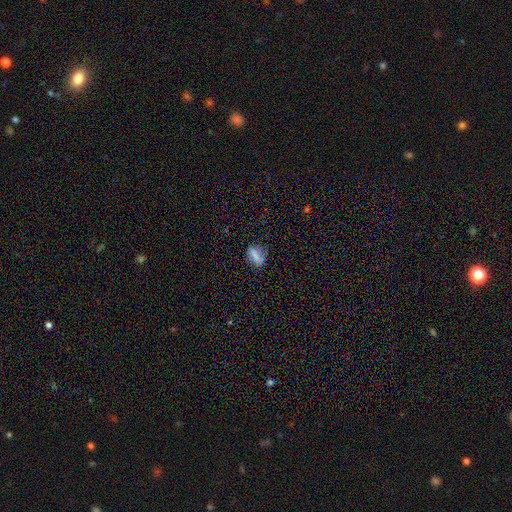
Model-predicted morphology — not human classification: type=smooth (65%); roundness=in between (61%); merging=none (78%).